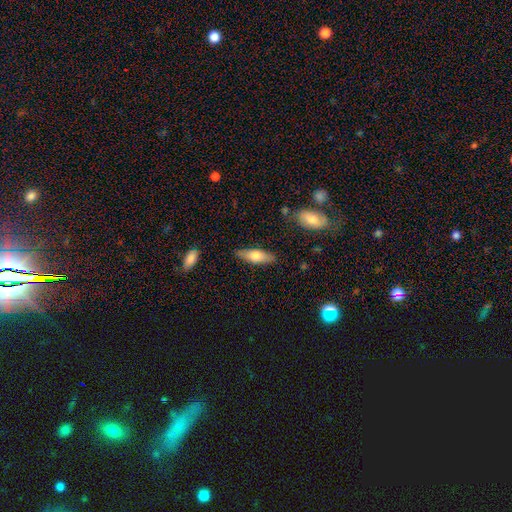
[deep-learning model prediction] smooth-or-featured: smooth: 63% | featured or disk: 31% | star or artifact: 6%
  how-rounded: in between: 55% | cigar-shaped: 42% | round: 2%
  merging: none: 84% | minor disturbance: 12% | major disturbance: 2% | merger: 2%